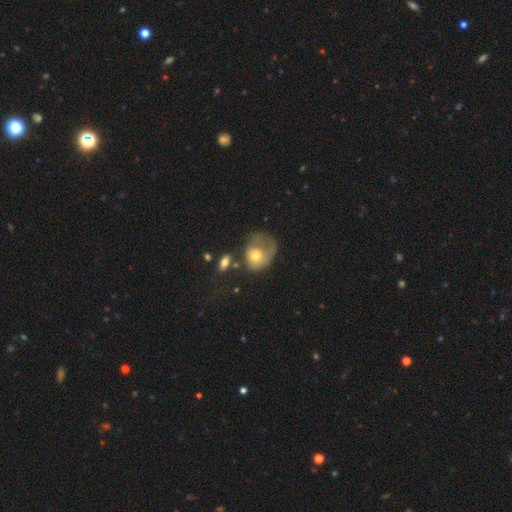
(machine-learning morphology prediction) This is possibly a smooth galaxy (59%). How rounded: possibly round (56%). Merging: possibly major disturbance (46%).